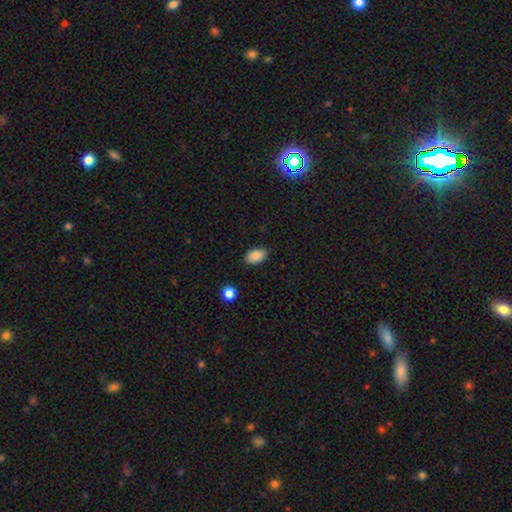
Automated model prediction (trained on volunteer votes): Smooth or featured? smooth (89%)
How rounded? in between (91%)
Merging? none (87%)